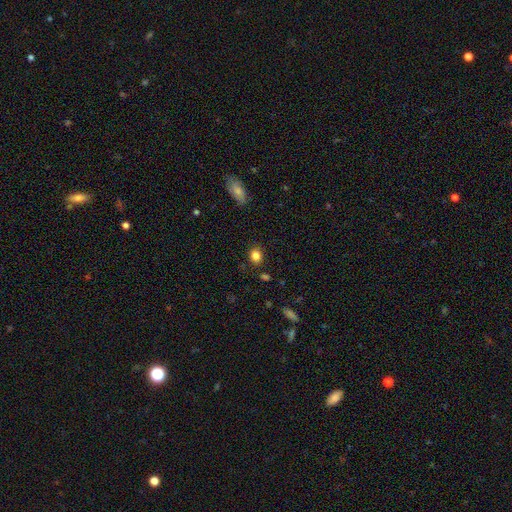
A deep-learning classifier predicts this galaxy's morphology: Smooth or featured: smooth — 84% (star or artifact — 11%)
How rounded: round — 58% (in between — 41%)
Merging: none — 85% (minor disturbance — 10%)